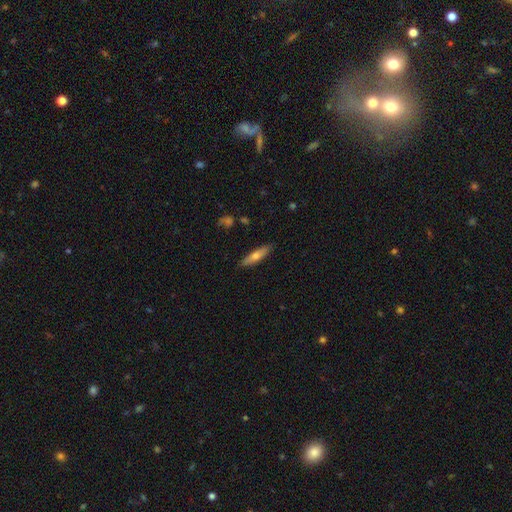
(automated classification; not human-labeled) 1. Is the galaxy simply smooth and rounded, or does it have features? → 61% smooth, 33% featured or disk, 6% star or artifact.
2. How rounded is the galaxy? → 75% cigar-shaped, 23% in between, 2% round.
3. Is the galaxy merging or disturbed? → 87% none, 9% minor disturbance, 2% major disturbance, 1% merger.